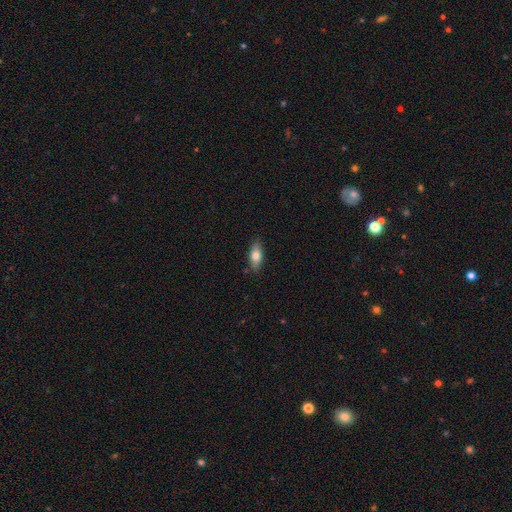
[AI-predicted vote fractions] A smooth galaxy with no disk features (76%) that is in between round and cigar-shaped (79%). Merging: none (84%).